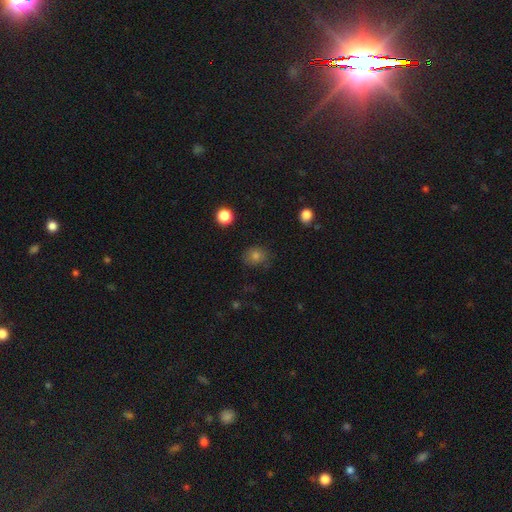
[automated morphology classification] This appears to be a smooth galaxy with no disk features (76%) that is round (68%). Merging: none (81%).